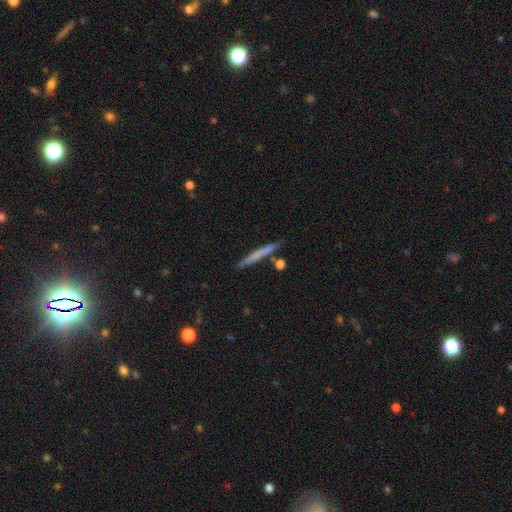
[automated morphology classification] smooth 60%, featured or disk 34%, star or artifact 6%. Down the decision tree: how rounded — cigar-shaped (97%); merging — none (87%).